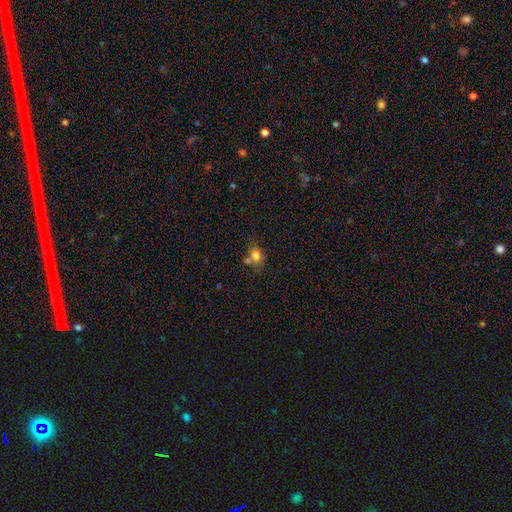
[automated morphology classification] Smooth or featured? Predicted: smooth (p=0.77). How rounded? Predicted: in between (p=0.58). Merging? Predicted: none (p=0.44).